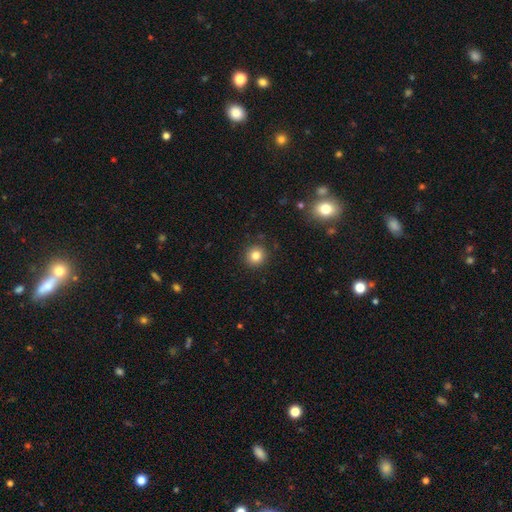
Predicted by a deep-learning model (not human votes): Smooth or featured: smooth — 83% (star or artifact — 11%)
How rounded: round — 93% (in between — 6%)
Merging: none — 90% (minor disturbance — 6%)